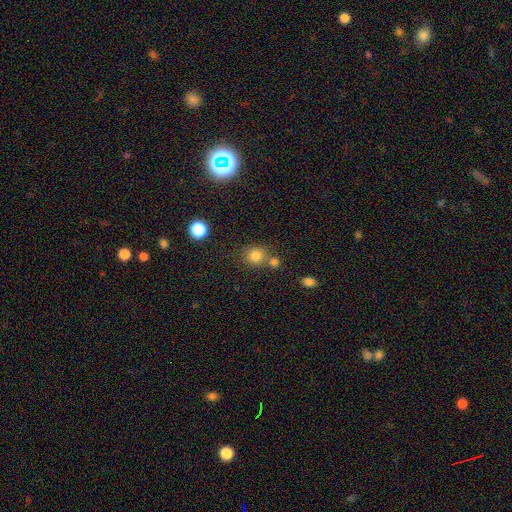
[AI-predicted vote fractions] smooth-or-featured: smooth: 81% | star or artifact: 13% | featured or disk: 6%
  how-rounded: round: 84% | in between: 15% | cigar-shaped: 1%
  merging: none: 61% | merger: 25% | minor disturbance: 10% | major disturbance: 4%